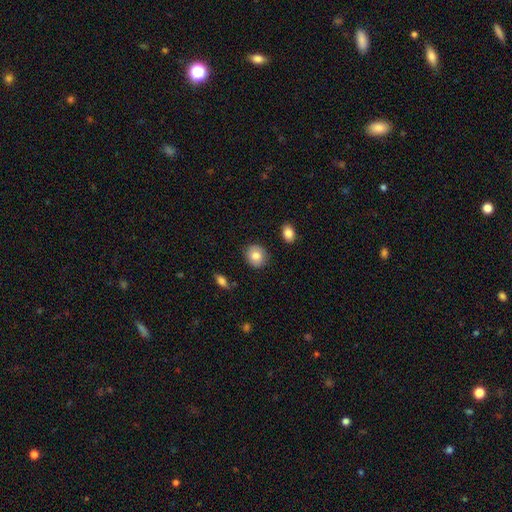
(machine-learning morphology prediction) Smooth or featured: smooth — 81% (featured or disk — 11%)
How rounded: round — 78% (in between — 21%)
Merging: none — 87% (minor disturbance — 9%)